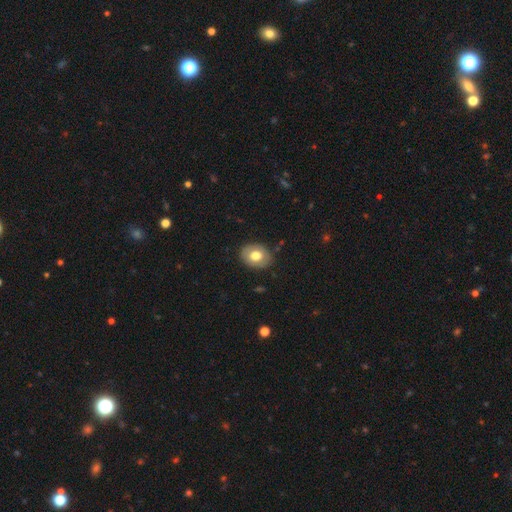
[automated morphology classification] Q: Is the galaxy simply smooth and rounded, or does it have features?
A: smooth — 69%.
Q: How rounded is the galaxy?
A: in between — 62%.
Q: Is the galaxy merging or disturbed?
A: none — 85%.